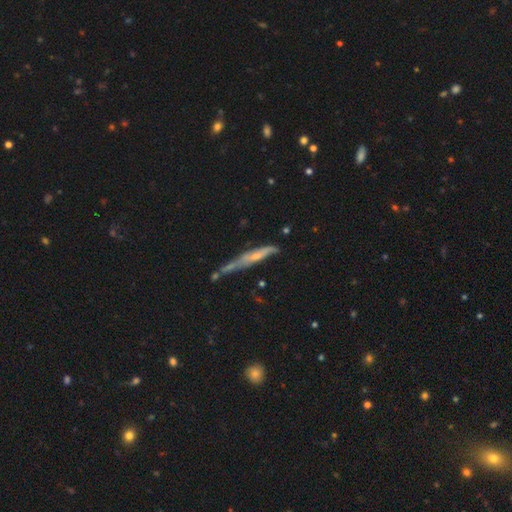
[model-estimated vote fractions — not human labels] smooth-or-featured: featured or disk: 54% | smooth: 38% | star or artifact: 8%
  disk-edge-on: yes: 75% | no: 25%
  merging: none: 40% | minor disturbance: 28% | major disturbance: 16% | merger: 15%